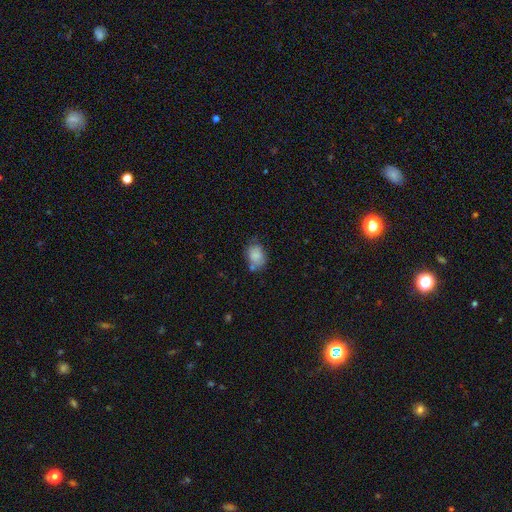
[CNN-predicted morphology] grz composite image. It shows a smooth galaxy with no disk features (83%) that is in between round and cigar-shaped (62%). Merging: none (60%).